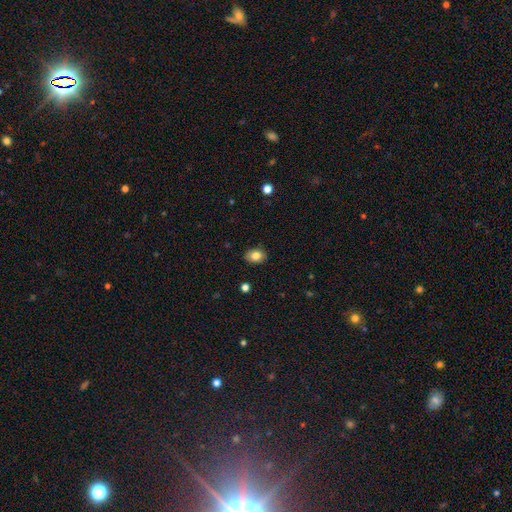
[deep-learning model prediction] Smooth or featured: smooth — 81% (featured or disk — 11%)
How rounded: in between — 75% (round — 24%)
Merging: none — 86% (minor disturbance — 11%)